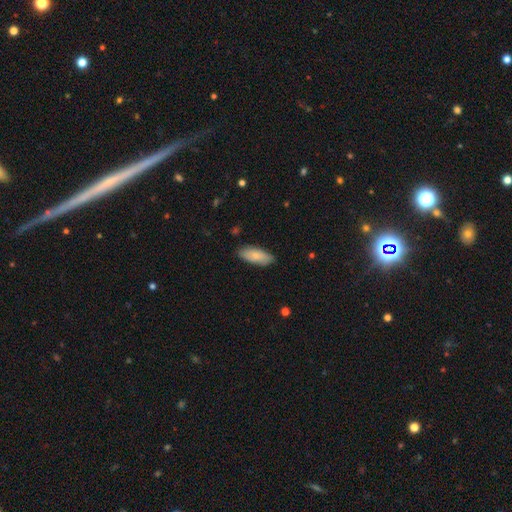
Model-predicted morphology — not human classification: Overall: smooth (80%). How rounded: in between (78%). Merging: none (85%).